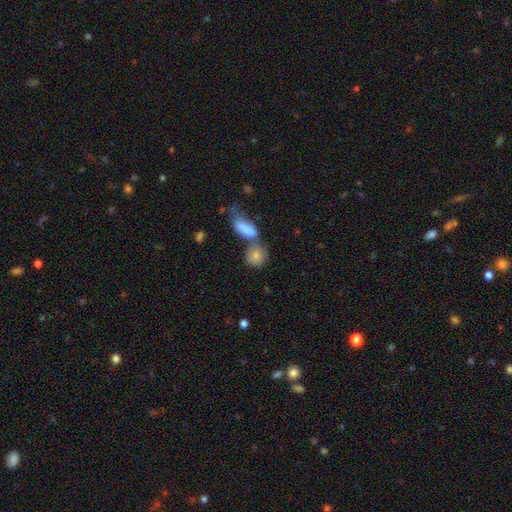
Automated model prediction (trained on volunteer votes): Smooth or featured? Predicted: smooth (p=0.80). How rounded? Predicted: round (p=0.60). Merging? Predicted: merger (p=0.49).